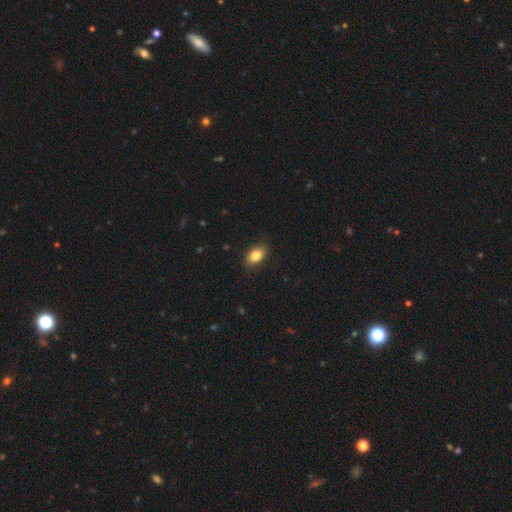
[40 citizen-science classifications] Smooth or featured? 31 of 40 (78%) said smooth. How rounded? 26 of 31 (84%) said in between. Merging? 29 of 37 (78%) said none.